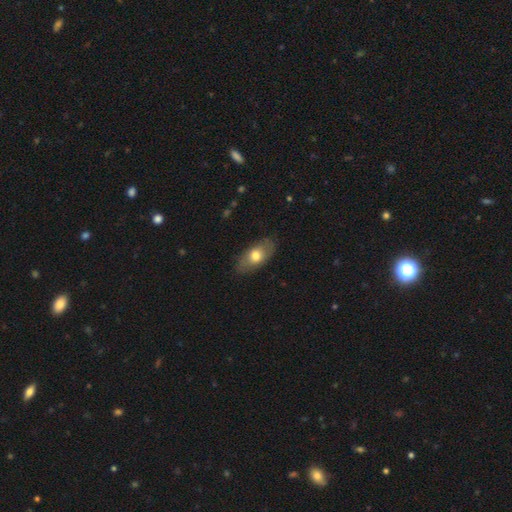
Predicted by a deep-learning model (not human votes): Q: Smooth or featured?
A: smooth (67%); runner-up: featured or disk (27%)
Q: How rounded?
A: in between (88%); runner-up: cigar-shaped (7%)
Q: Merging?
A: none (81%); runner-up: minor disturbance (15%)